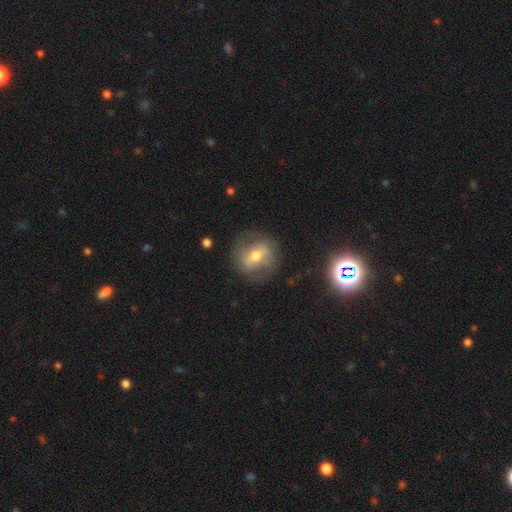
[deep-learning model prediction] Smooth or featured: featured or disk — 55% (smooth — 35%)
Edge-on disk: no — 92% (yes — 8%)
Bar: strong — 38% (weak — 37%)
Spiral arms: no — 50% (tied with yes — 50%)
Bulge size: moderate — 68% (small — 23%)
Merging: none — 77% (minor disturbance — 14%)